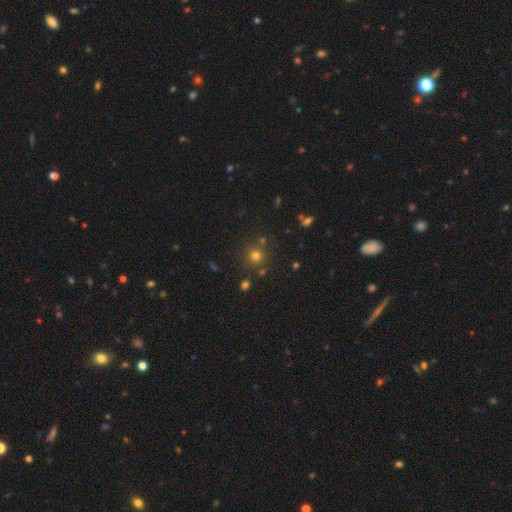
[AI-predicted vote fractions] A smooth galaxy with no disk features (72%) that is round (93%).

Vote fractions:
- Smooth or featured? smooth: 72% / star or artifact: 21% / featured or disk: 7%
- How rounded? round: 93% / in between: 6% / cigar-shaped: 1%
- Merging? none: 82% / minor disturbance: 8% / merger: 7% / major disturbance: 3%